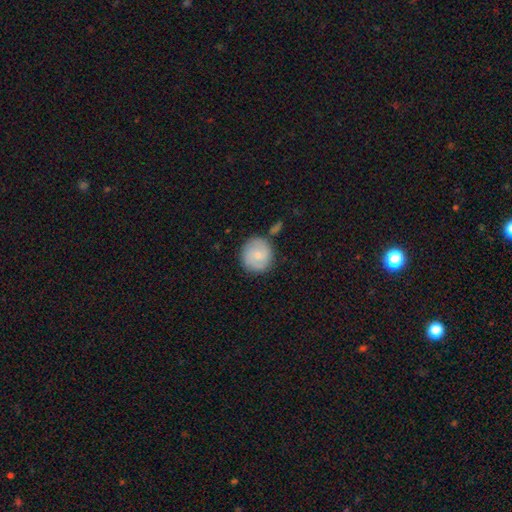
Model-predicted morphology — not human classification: This appears to be a smooth galaxy with no disk features (57%) that is round (88%). Merging: none (76%).